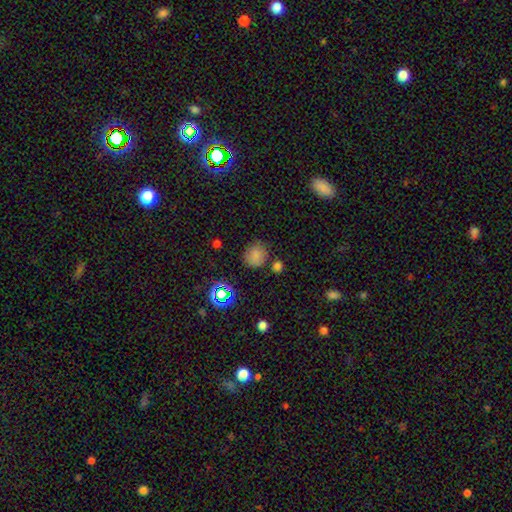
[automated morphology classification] Smooth or featured? Predicted: smooth (p=0.74). How rounded? Predicted: round (p=0.82). Merging? Predicted: none (p=0.71).